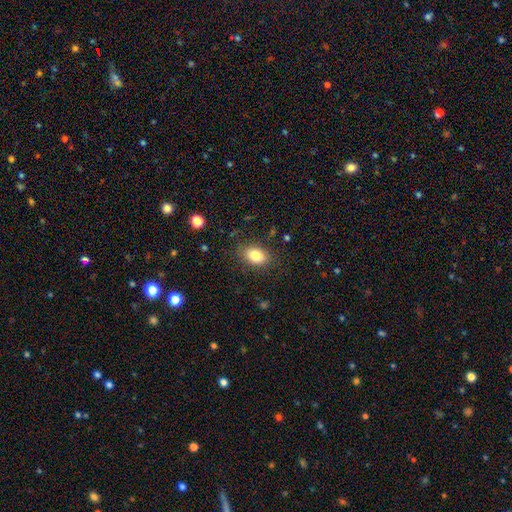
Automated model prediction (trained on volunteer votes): Smooth or featured: smooth — 83% (star or artifact — 9%)
How rounded: in between — 84% (round — 14%)
Merging: none — 83% (minor disturbance — 12%)